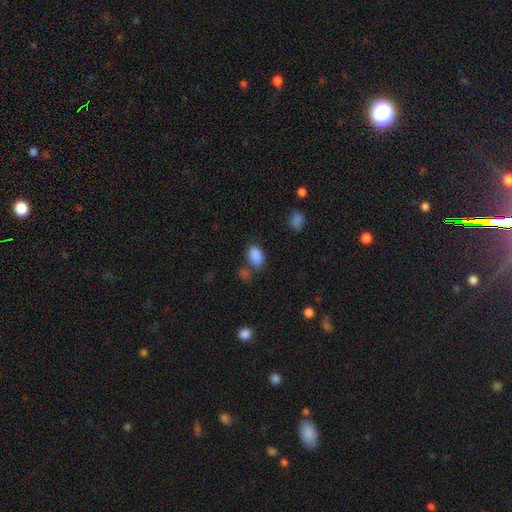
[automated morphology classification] Overall: smooth (87%). How rounded: in between (90%). Merging: none (67%).